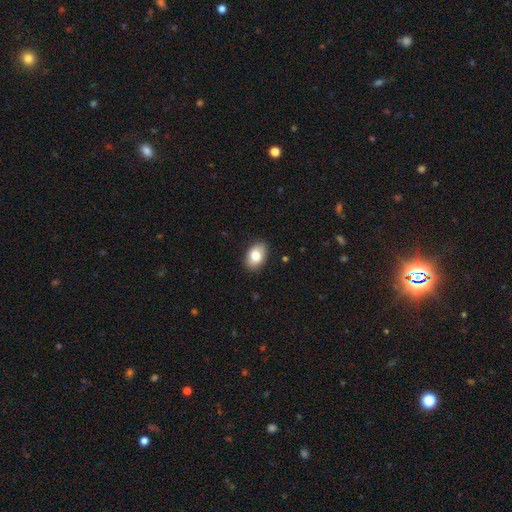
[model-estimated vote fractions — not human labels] smooth 82%, featured or disk 10%, star or artifact 7%. Down the decision tree: how rounded — in between (87%); merging — none (87%).